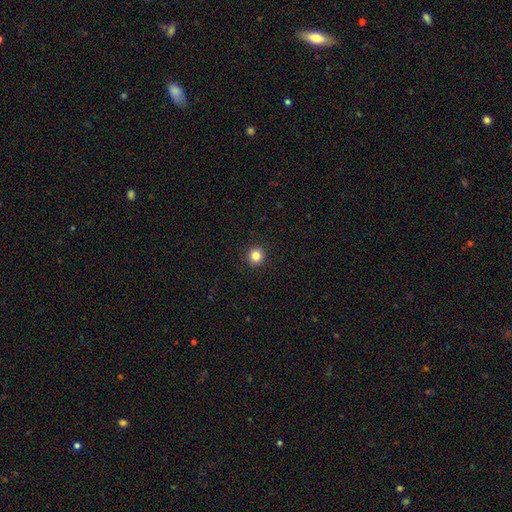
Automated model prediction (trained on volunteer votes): Morphology: type=smooth (83%); roundness=round (94%); merging=none (93%).